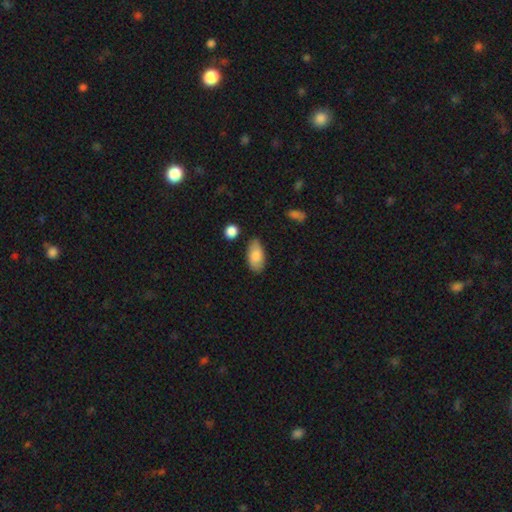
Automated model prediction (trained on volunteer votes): A smooth galaxy with no disk features (85%) that is in between round and cigar-shaped (93%). Merging: none (78%).